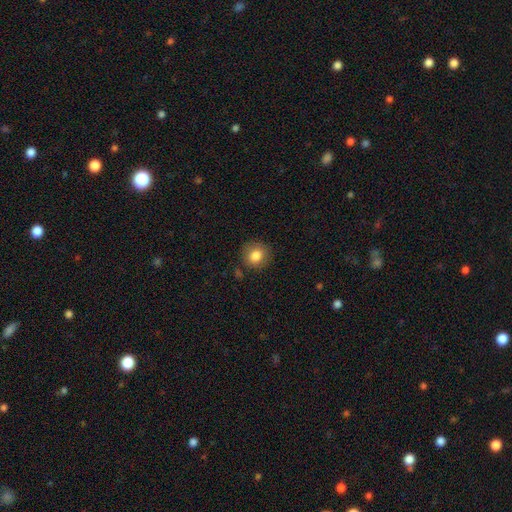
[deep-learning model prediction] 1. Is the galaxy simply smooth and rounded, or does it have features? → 83% smooth, 9% star or artifact, 7% featured or disk.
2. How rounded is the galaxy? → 82% round, 17% in between, 1% cigar-shaped.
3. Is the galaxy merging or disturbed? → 84% none, 11% minor disturbance, 3% major disturbance, 2% merger.